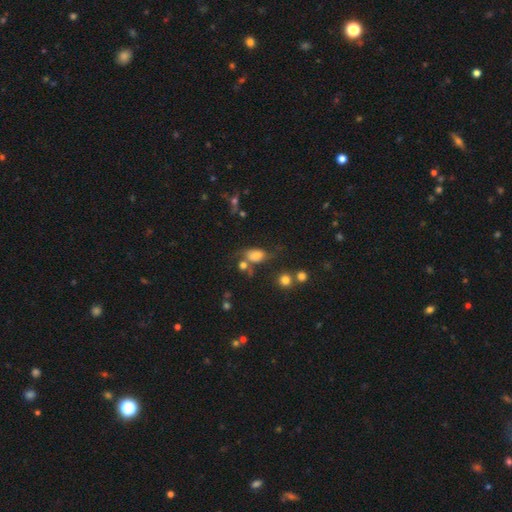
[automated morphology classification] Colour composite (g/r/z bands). It shows a smooth galaxy with no disk features (68%) that is in between round and cigar-shaped (78%). Merging: none (38%).